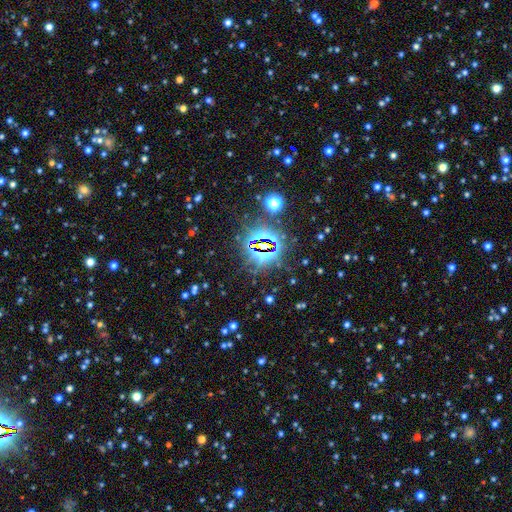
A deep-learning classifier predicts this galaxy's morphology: Smooth or featured?
  - star or artifact: 81% *
  - smooth: 10%
  - featured or disk: 8%